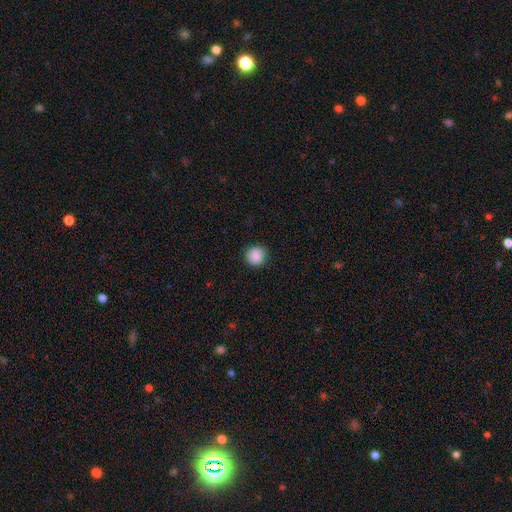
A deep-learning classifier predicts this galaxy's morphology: smooth_or_featured: smooth (p=0.87) [alt: star or artifact p=0.08]
how_rounded: round (p=0.91) [alt: in between p=0.08]
merging: none (p=0.87) [alt: minor disturbance p=0.09]